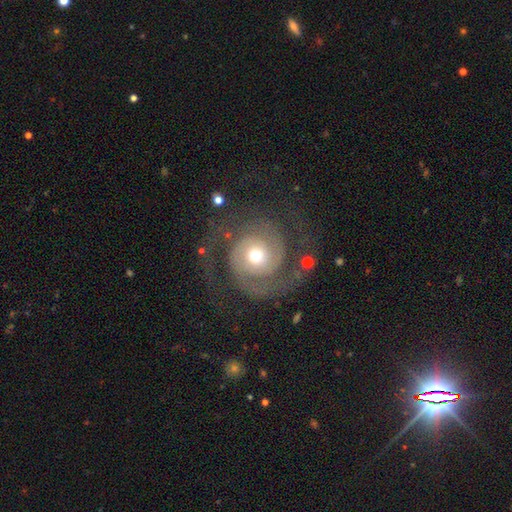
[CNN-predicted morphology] smooth-or-featured: featured or disk: 84% | smooth: 10% | star or artifact: 6%
  disk-edge-on: no: 98% | yes: 2%
    bar: no: 75% | weak: 20% | strong: 5%
    has-spiral-arms: yes: 96% | no: 4%
      spiral-winding: tight: 44% | medium: 40% | loose: 15%
      spiral-arm-count: 2: 84% | can't tell: 5% | 1: 4% | 3: 3% | 4: 2% | more than 4: 2%
    bulge-size: moderate: 64% | small: 24% | large: 9% | dominant: 2% | none: 1%
  merging: none: 68% | major disturbance: 17% | minor disturbance: 13% | merger: 2%